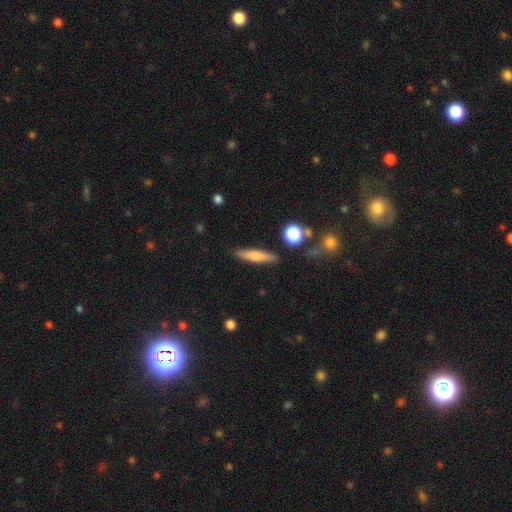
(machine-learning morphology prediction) type=smooth (70%); roundness=cigar-shaped (83%); merging=none (86%).